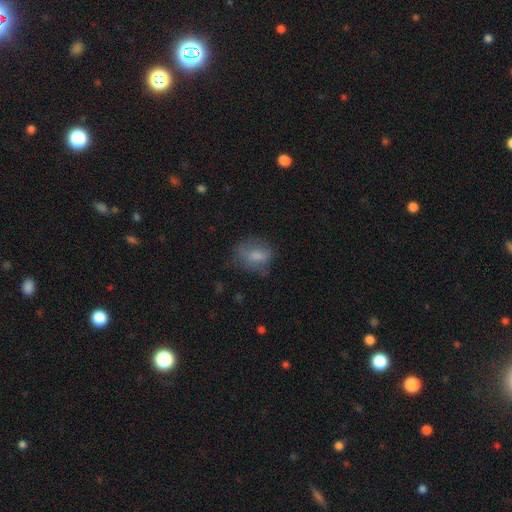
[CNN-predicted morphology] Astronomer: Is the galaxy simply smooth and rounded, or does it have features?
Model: smooth — 70%.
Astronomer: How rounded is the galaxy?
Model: in between — 59% (runner-up: round, 40%).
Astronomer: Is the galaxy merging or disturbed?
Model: none — 52% (runner-up: minor disturbance, 27%).